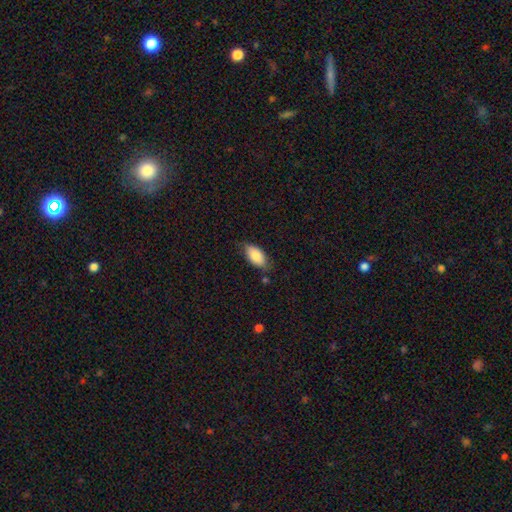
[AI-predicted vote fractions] smooth 83%, featured or disk 11%, star or artifact 7%. Down the decision tree: how rounded — in between (92%); merging — none (71%).